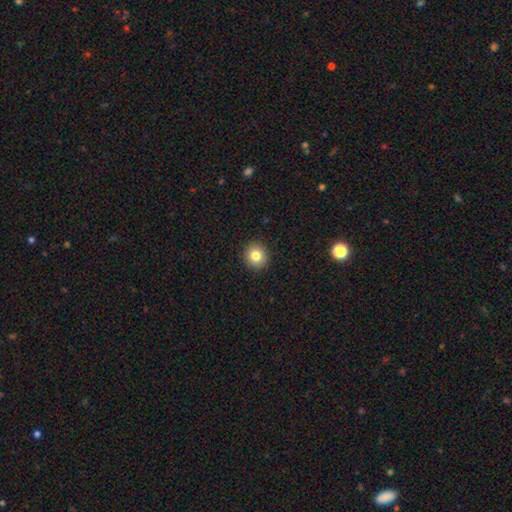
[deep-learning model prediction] The model was most divided on "smooth or featured": smooth: 80%, star or artifact: 11%, featured or disk: 9%. More confident: merging — none (93%); how rounded — round (91%).